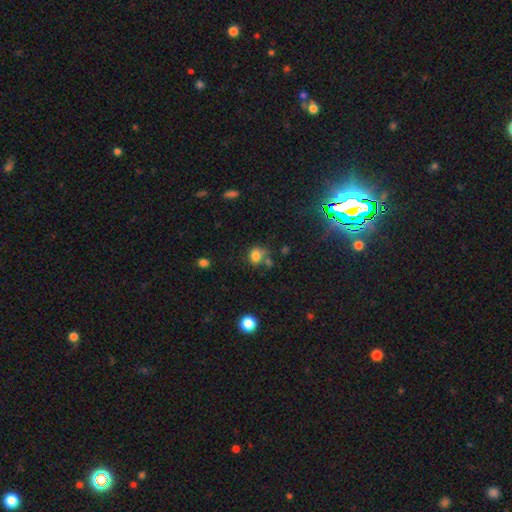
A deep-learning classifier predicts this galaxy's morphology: smooth-or-featured: smooth: 77% | star or artifact: 15% | featured or disk: 9%
  how-rounded: round: 61% | in between: 38% | cigar-shaped: 1%
  merging: none: 51% | merger: 21% | minor disturbance: 19% | major disturbance: 8%